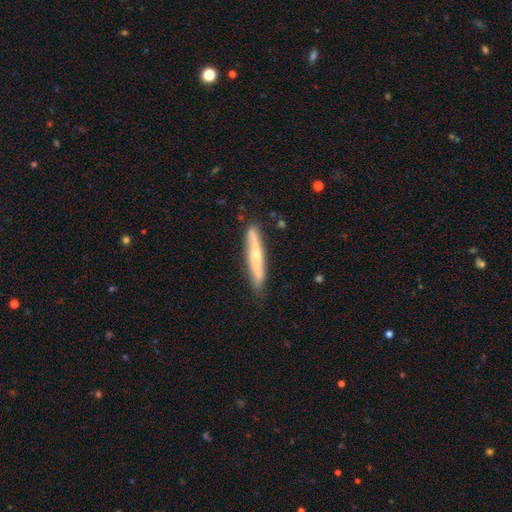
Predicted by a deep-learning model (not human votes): Smooth or featured?
  - featured or disk: 56% *
  - smooth: 39%
  - star or artifact: 6%
Edge-on disk?
  - yes: 89% *
  - no: 11%
Merging?
  - none: 83% *
  - minor disturbance: 13%
  - major disturbance: 2%
  - merger: 2%